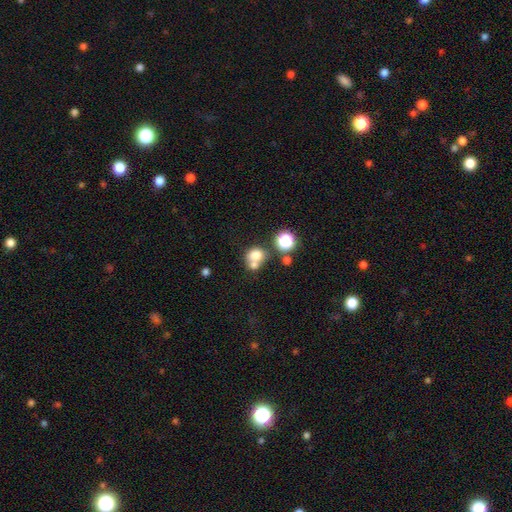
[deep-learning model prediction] Smooth or featured?
  - smooth: 71% *
  - star or artifact: 15%
  - featured or disk: 13%
How rounded?
  - round: 70% *
  - in between: 29%
  - cigar-shaped: 1%
Merging?
  - merger: 47% *
  - none: 39%
  - minor disturbance: 9%
  - major disturbance: 5%